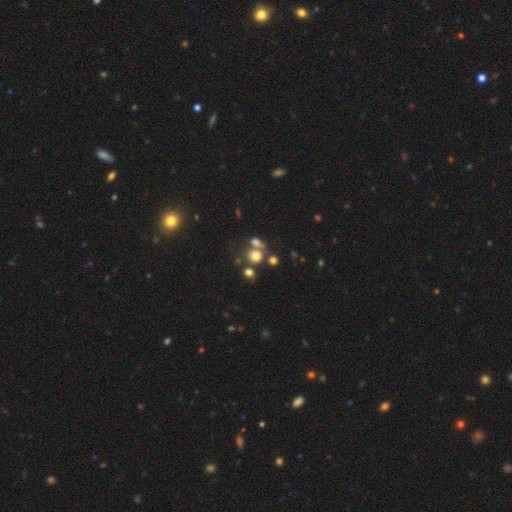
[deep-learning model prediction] Smooth or featured? Predicted: smooth (p=0.70). How rounded? Predicted: round (p=0.76). Merging? Predicted: none (p=0.51).